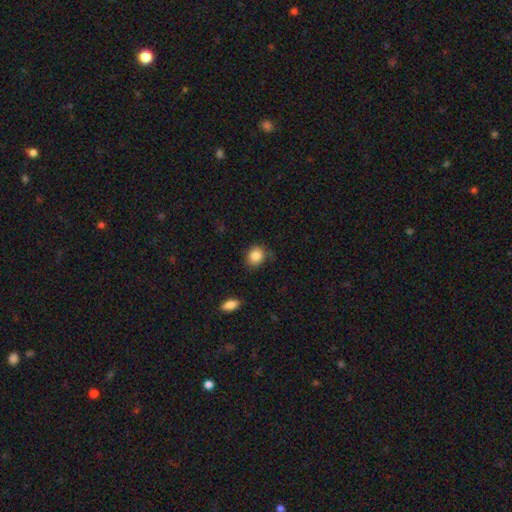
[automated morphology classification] Q: Smooth or featured?
A: smooth (85%); runner-up: star or artifact (9%)
Q: How rounded?
A: round (73%); runner-up: in between (26%)
Q: Merging?
A: none (75%); runner-up: minor disturbance (19%)